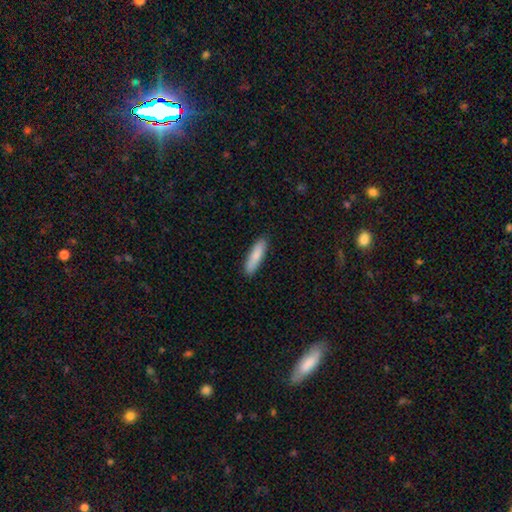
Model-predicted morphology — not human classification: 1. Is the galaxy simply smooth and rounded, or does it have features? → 82% smooth, 12% featured or disk, 6% star or artifact.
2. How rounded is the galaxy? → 71% cigar-shaped, 27% in between, 1% round.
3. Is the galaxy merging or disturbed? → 89% none, 9% minor disturbance, 2% major disturbance, 1% merger.